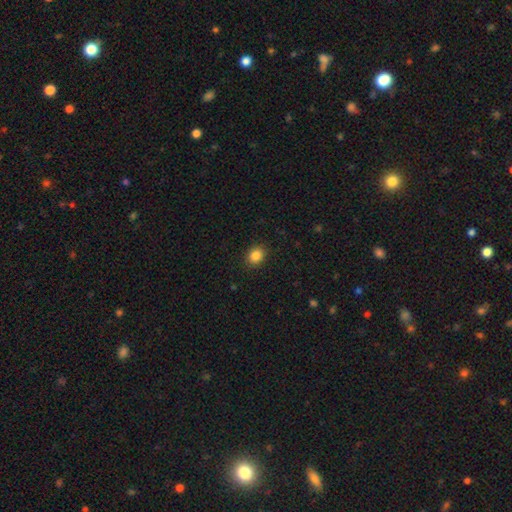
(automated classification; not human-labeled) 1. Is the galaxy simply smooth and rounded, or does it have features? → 86% smooth, 10% star or artifact, 4% featured or disk.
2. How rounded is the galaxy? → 57% round, 42% in between, 1% cigar-shaped.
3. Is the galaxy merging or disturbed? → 89% none, 7% minor disturbance, 2% major disturbance, 1% merger.